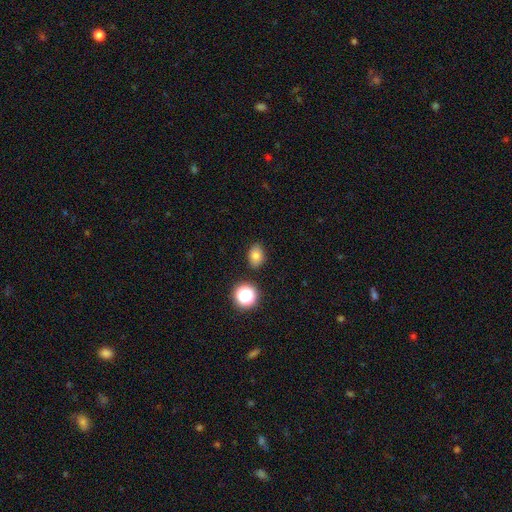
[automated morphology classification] smooth_or_featured: smooth (p=0.76) [alt: star or artifact p=0.14]
how_rounded: in between (p=0.69) [alt: round p=0.30]
merging: none (p=0.83) [alt: minor disturbance p=0.12]